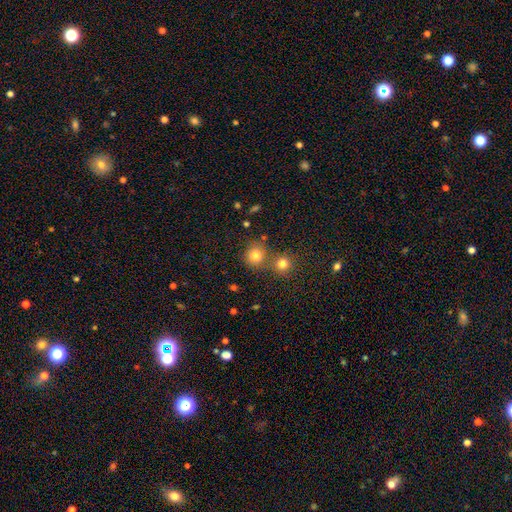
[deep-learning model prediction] Q: Smooth or featured?
A: smooth (79%); runner-up: star or artifact (14%)
Q: How rounded?
A: round (86%); runner-up: in between (13%)
Q: Merging?
A: none (64%); runner-up: merger (24%)